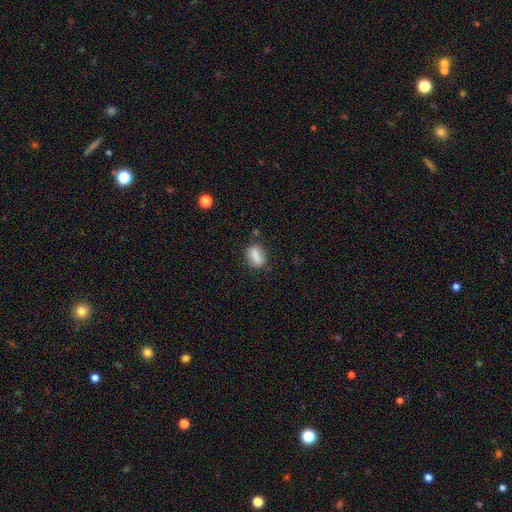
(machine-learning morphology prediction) Smooth or featured?
  - smooth: 82% *
  - featured or disk: 10%
  - star or artifact: 8%
How rounded?
  - in between: 72% *
  - round: 15%
  - cigar-shaped: 13%
Merging?
  - none: 78% *
  - minor disturbance: 14%
  - major disturbance: 4%
  - merger: 3%